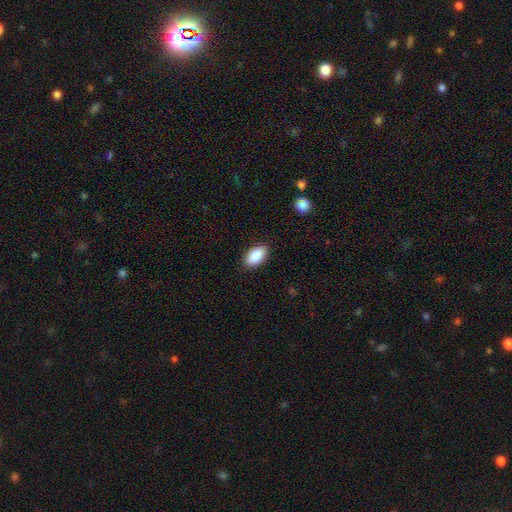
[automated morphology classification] Smooth or featured?
  - smooth: 89% *
  - star or artifact: 6%
  - featured or disk: 5%
How rounded?
  - in between: 94% *
  - cigar-shaped: 3%
  - round: 3%
Merging?
  - none: 87% *
  - minor disturbance: 9%
  - major disturbance: 2%
  - merger: 1%